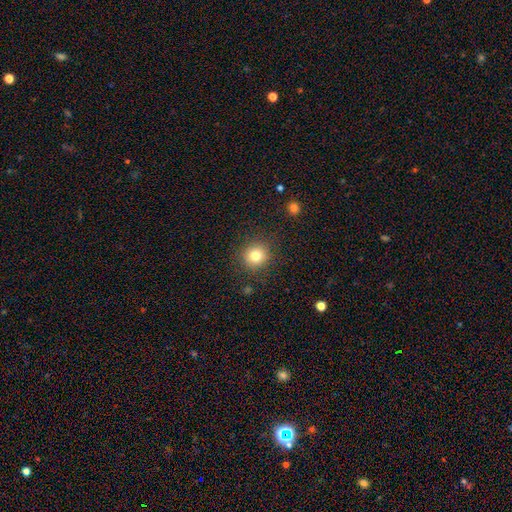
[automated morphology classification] This appears to be a smooth galaxy with no disk features (80%) that is round (91%). Merging: none (88%).